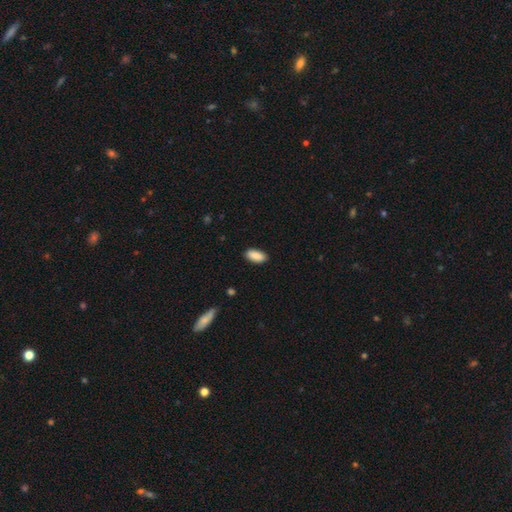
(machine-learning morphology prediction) The model was most divided on "merging": none: 88%, minor disturbance: 9%, major disturbance: 2%, merger: 1%. More confident: how rounded — in between (91%); smooth or featured — smooth (89%).